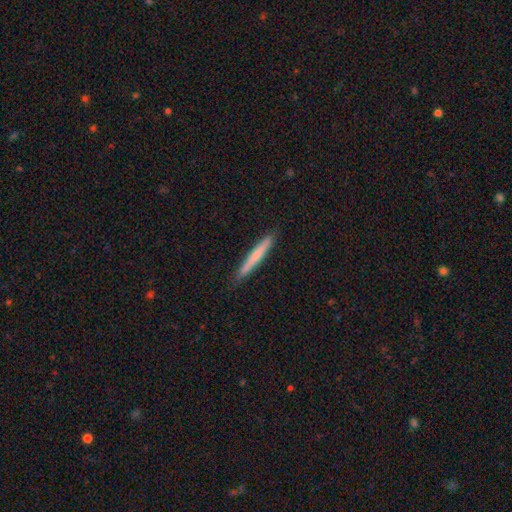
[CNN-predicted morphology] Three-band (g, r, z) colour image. It shows a smooth galaxy with no disk features (67%) that is cigar-shaped (97%). Merging: none (90%).